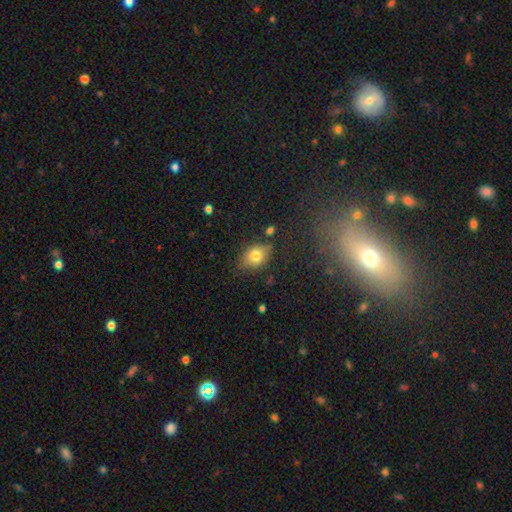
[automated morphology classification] Smooth or featured: smooth — 76% (featured or disk — 13%)
How rounded: in between — 65% (round — 34%)
Merging: none — 73% (minor disturbance — 19%)